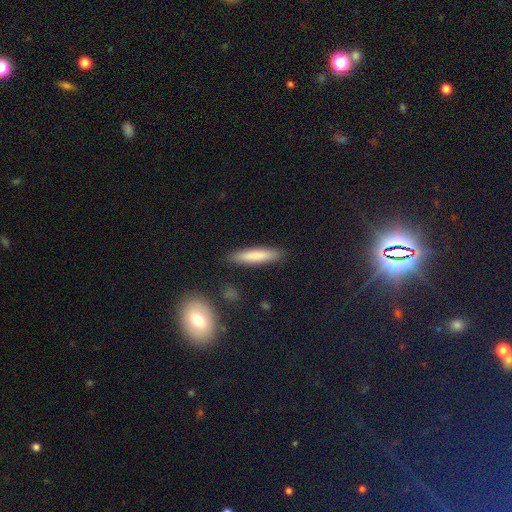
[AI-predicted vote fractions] smooth-or-featured: smooth: 78% | featured or disk: 15% | star or artifact: 6%
  how-rounded: cigar-shaped: 87% | in between: 12% | round: 1%
  merging: none: 88% | minor disturbance: 8% | merger: 2% | major disturbance: 2%